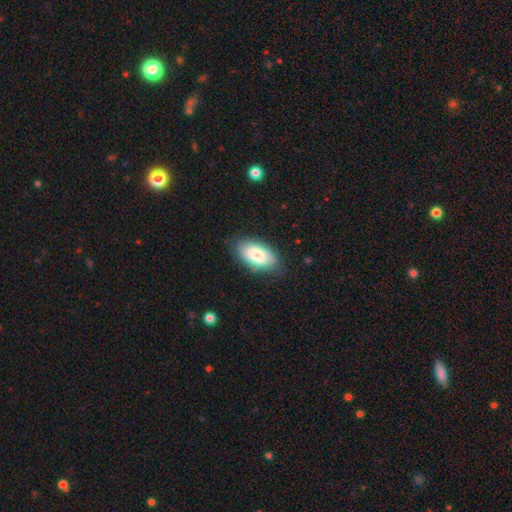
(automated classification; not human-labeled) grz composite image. It shows a smooth galaxy with no disk features (74%) that is in between round and cigar-shaped (94%). Merging: none (79%).